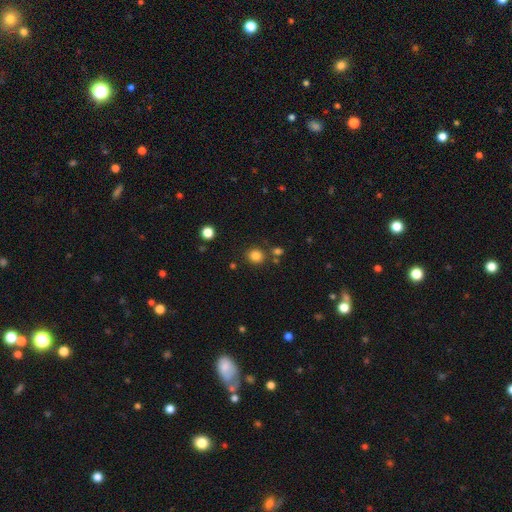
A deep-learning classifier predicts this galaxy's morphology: Smooth or featured?
  - smooth: 83% *
  - star or artifact: 13%
  - featured or disk: 4%
How rounded?
  - round: 85% *
  - in between: 14%
  - cigar-shaped: 1%
Merging?
  - none: 82% *
  - minor disturbance: 8%
  - merger: 7%
  - major disturbance: 3%